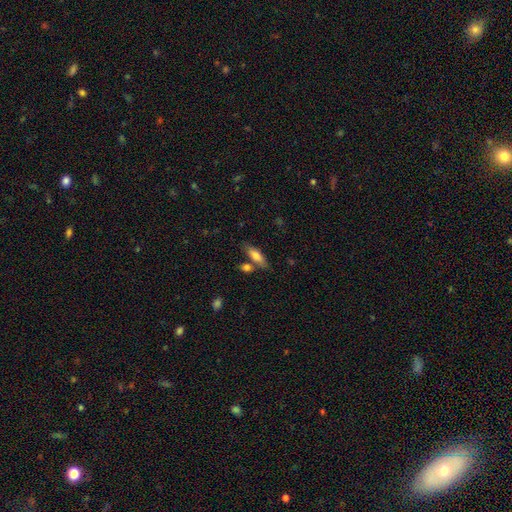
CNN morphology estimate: A smooth galaxy with no disk features (74%) that is in between round and cigar-shaped (55%).

Vote fractions:
- Smooth or featured? smooth: 74% / featured or disk: 19% / star or artifact: 7%
- How rounded? in between: 55% / cigar-shaped: 42% / round: 3%
- Merging? none: 66% / merger: 17% / minor disturbance: 14% / major disturbance: 4%